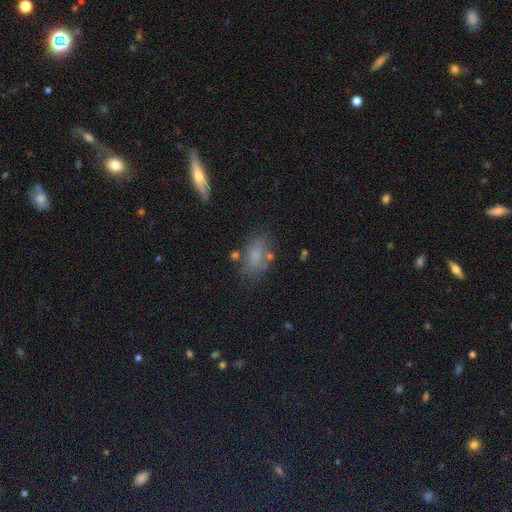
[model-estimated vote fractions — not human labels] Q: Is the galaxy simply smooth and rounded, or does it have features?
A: smooth — 71%.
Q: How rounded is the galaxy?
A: in between — 85%.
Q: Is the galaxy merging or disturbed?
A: none — 64%.